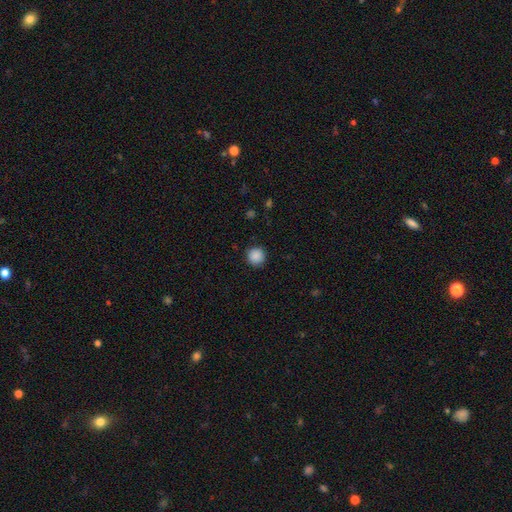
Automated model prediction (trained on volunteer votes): Smooth or featured: smooth — 89% (star or artifact — 9%)
How rounded: round — 95% (in between — 4%)
Merging: none — 91% (minor disturbance — 6%)